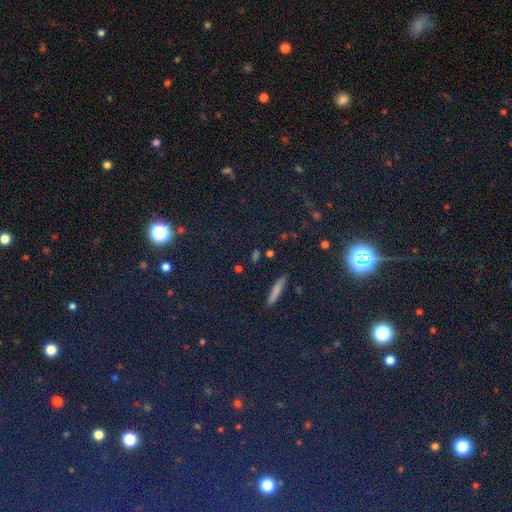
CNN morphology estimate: Smooth or featured: smooth — 41% (star or artifact — 40%)
Merging: none — 88% (minor disturbance — 7%)